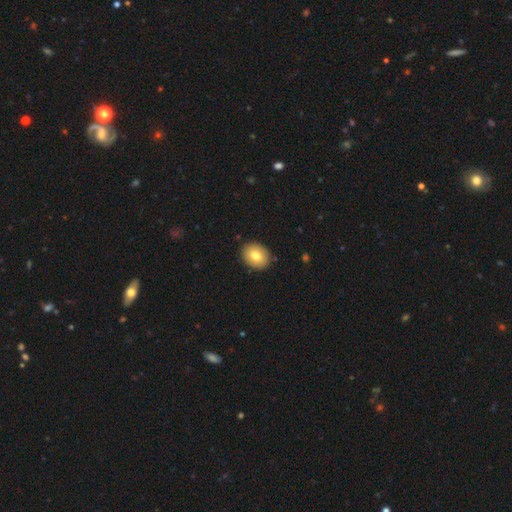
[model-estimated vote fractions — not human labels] The model was most divided on "how rounded": in between: 54%, round: 45%, cigar-shaped: 1%. More confident: merging — none (89%); smooth or featured — smooth (78%).